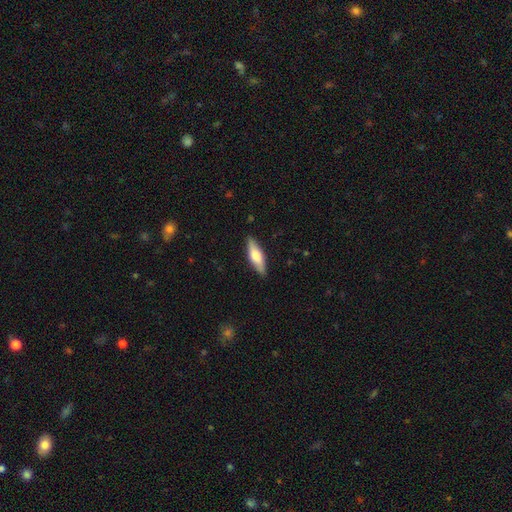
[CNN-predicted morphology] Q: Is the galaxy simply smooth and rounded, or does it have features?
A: smooth — 60%.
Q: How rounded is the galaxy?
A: cigar-shaped — 52%.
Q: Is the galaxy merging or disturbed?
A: none — 87%.